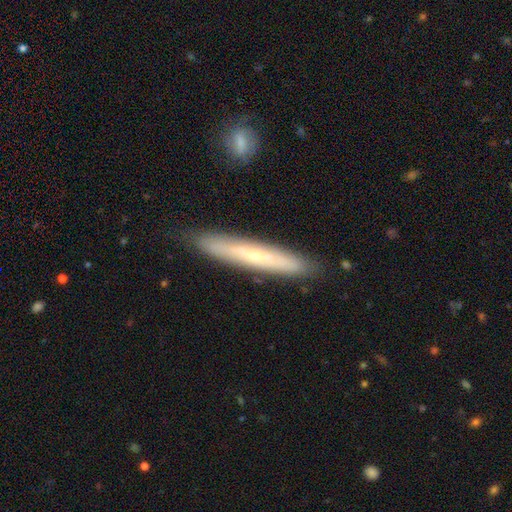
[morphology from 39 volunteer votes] This appears to be a featured or disk galaxy (51%) viewed edge-on (80%) with a rounded central bulge (62%). Merging: none (89%).